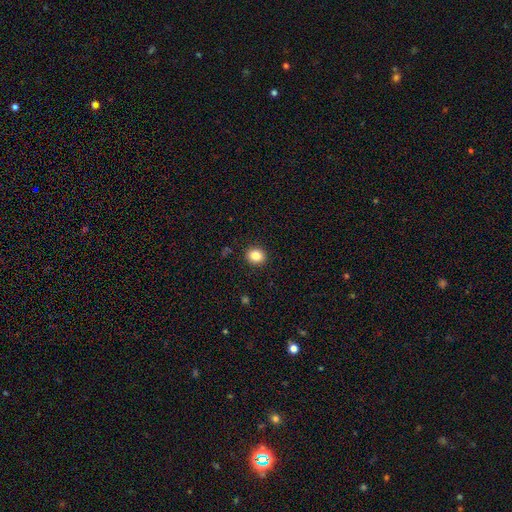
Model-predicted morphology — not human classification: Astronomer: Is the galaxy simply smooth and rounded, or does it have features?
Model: smooth — 83%.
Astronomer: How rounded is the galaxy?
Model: round — 77%.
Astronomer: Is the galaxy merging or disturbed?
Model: none — 91%.